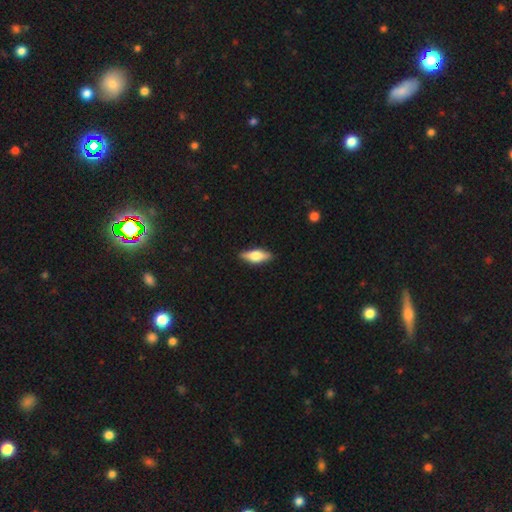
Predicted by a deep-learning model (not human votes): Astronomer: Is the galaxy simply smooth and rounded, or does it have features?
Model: smooth — 61%.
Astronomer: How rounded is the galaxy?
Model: in between — 68%.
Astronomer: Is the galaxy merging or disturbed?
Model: none — 88%.